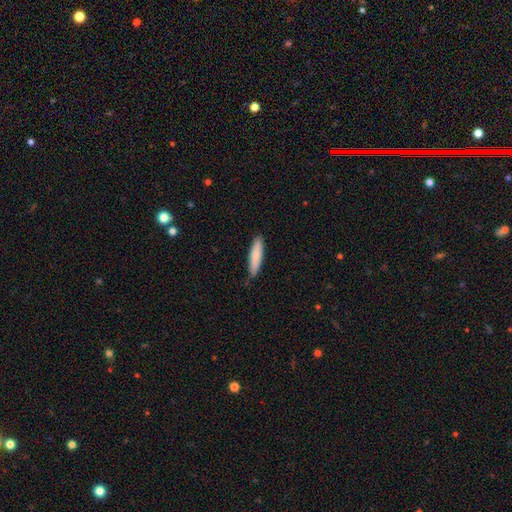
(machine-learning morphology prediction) This appears to be a smooth galaxy with no disk features (83%) that is cigar-shaped (80%). Merging: none (81%).